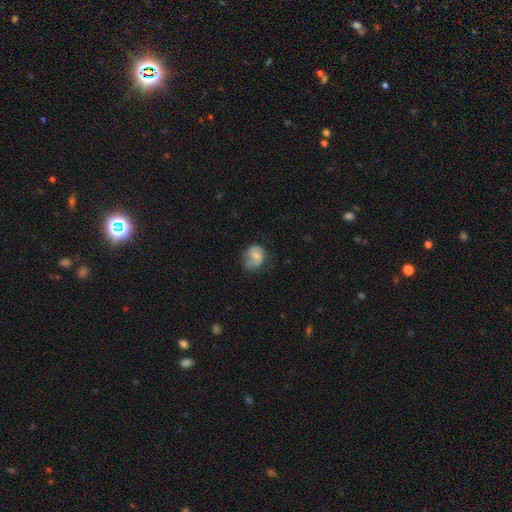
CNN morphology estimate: Q: Smooth or featured?
A: smooth (49%); runner-up: featured or disk (43%)
Q: Merging?
A: none (50%); runner-up: minor disturbance (29%)